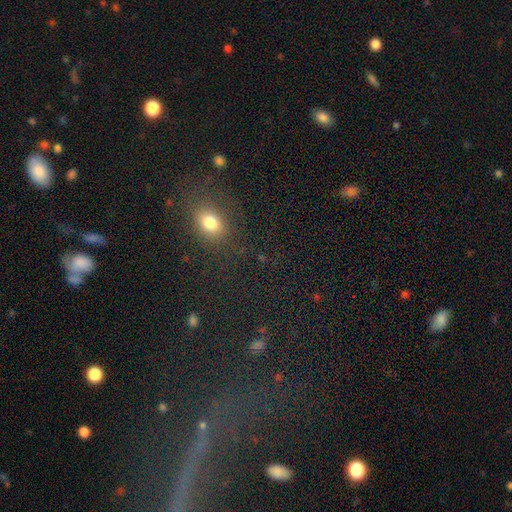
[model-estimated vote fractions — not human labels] This appears to be a smooth galaxy with no disk features (54%) that is round (64%). Merging: none (79%).